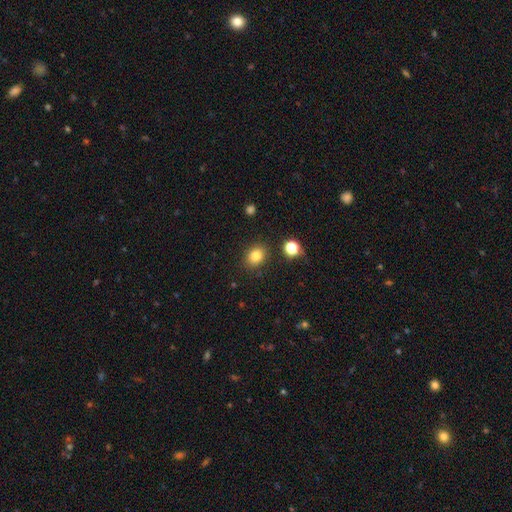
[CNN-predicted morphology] Smooth or featured? smooth (81%)
How rounded? round (53%)
Merging? none (86%)